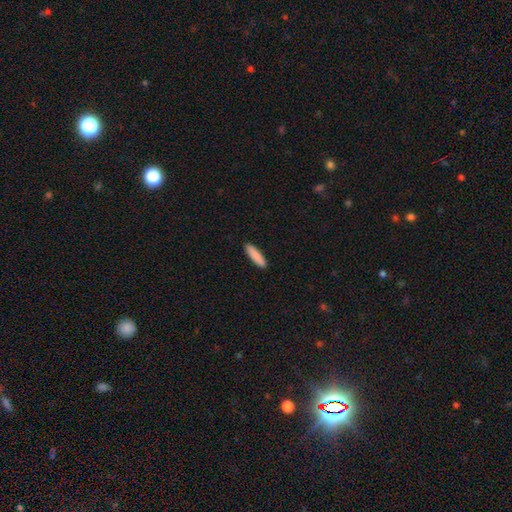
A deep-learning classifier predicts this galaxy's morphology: Smooth or featured? Predicted: smooth (p=0.89). How rounded? Predicted: cigar-shaped (p=0.77). Merging? Predicted: none (p=0.91).